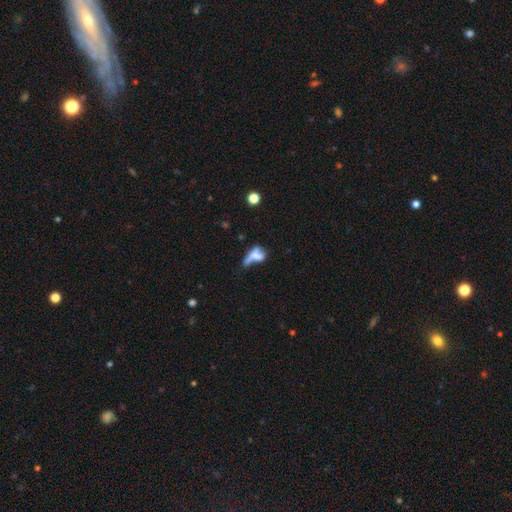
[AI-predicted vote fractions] A smooth galaxy with no disk features (52%) that is in between round and cigar-shaped (65%).

Vote fractions:
- Smooth or featured? smooth: 52% / featured or disk: 35% / star or artifact: 13%
- How rounded? in between: 65% / cigar-shaped: 21% / round: 14%
- Merging? merger: 42% / major disturbance: 25% / none: 20% / minor disturbance: 13%